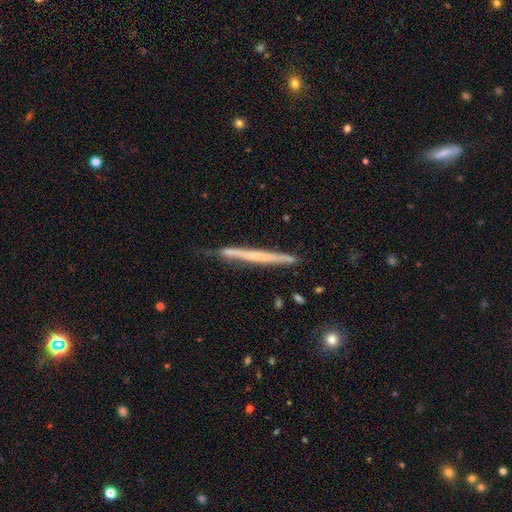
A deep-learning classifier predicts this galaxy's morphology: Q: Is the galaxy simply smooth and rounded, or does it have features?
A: featured or disk — 53%.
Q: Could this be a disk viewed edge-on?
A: yes — 97%.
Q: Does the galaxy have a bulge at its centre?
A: none — 86%.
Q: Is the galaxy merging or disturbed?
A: none — 81%.